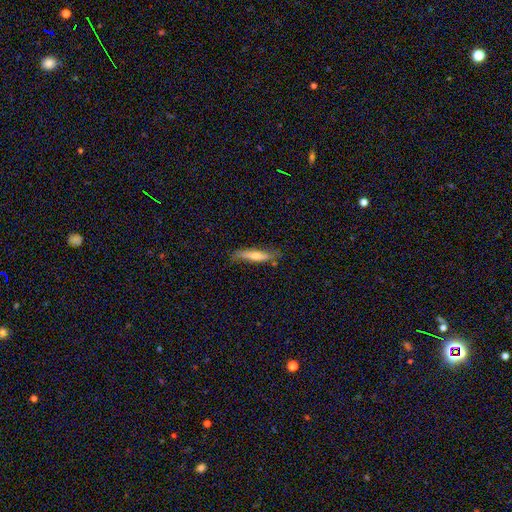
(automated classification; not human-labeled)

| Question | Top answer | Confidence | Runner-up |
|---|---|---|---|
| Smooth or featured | smooth | 49% | featured or disk (44%) |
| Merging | none | 77% | minor disturbance (18%) |